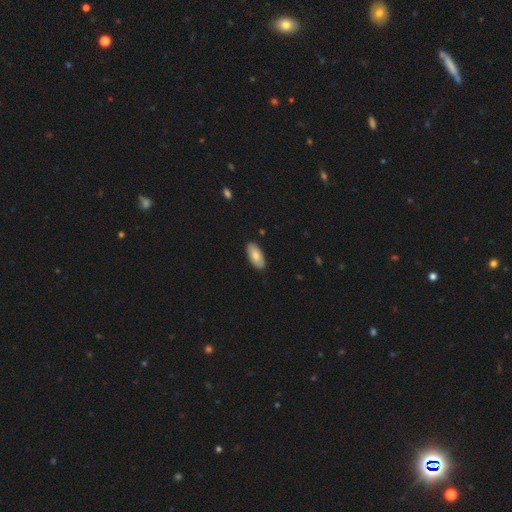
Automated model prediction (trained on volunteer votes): This is likely a smooth galaxy (75%). How rounded: clearly in between (93%). Merging: clearly none (87%).